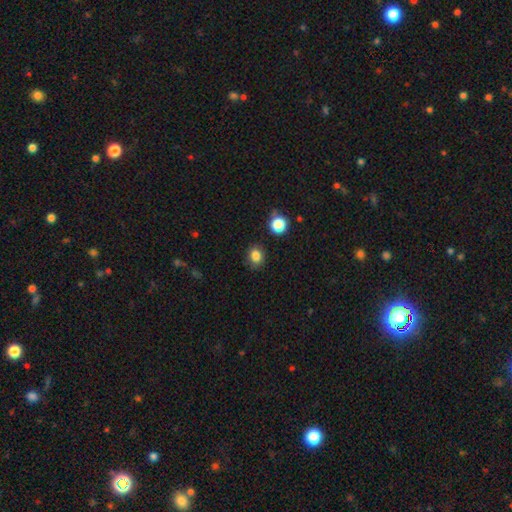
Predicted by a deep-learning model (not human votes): smooth_or_featured: smooth (p=0.83) [alt: star or artifact p=0.12]
how_rounded: round (p=0.54) [alt: in between p=0.45]
merging: none (p=0.83) [alt: minor disturbance p=0.11]